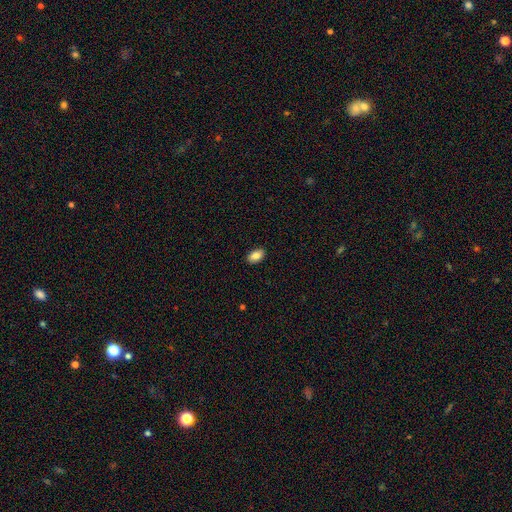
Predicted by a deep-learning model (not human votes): This is clearly a smooth galaxy (85%). How rounded: clearly in between (92%). Merging: clearly none (89%).